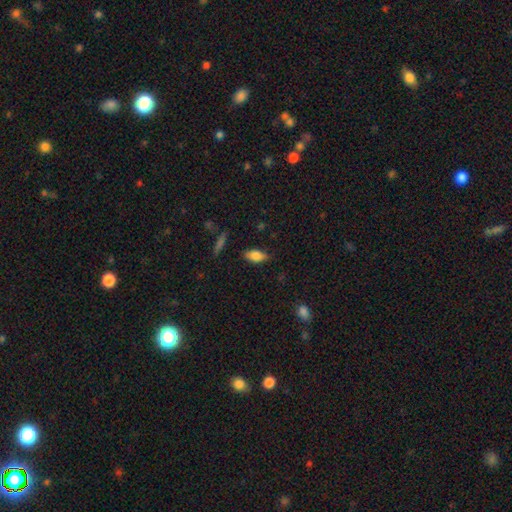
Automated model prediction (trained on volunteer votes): Morphology: type=smooth (83%); roundness=in between (88%); merging=none (80%).